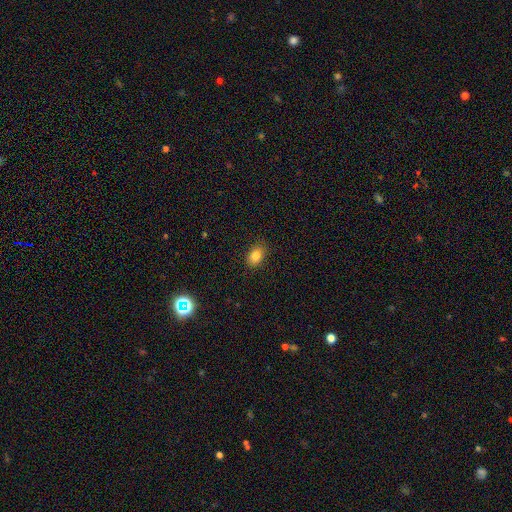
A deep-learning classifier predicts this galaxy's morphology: The model was most divided on "how rounded": in between: 74%, round: 25%, cigar-shaped: 1%. More confident: merging — none (86%); smooth or featured — smooth (82%).